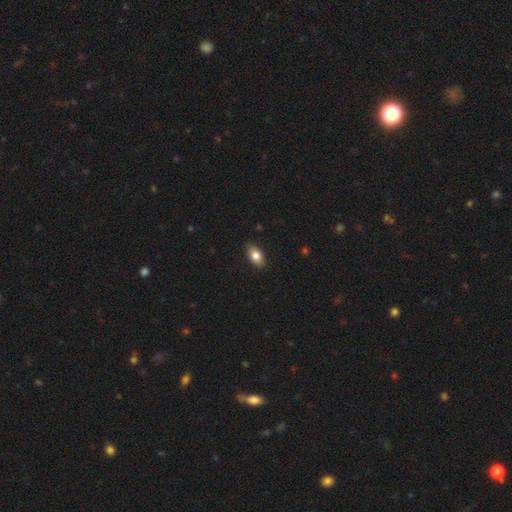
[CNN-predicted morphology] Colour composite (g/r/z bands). It shows a smooth galaxy with no disk features (79%) that is in between round and cigar-shaped (88%). Merging: none (85%).